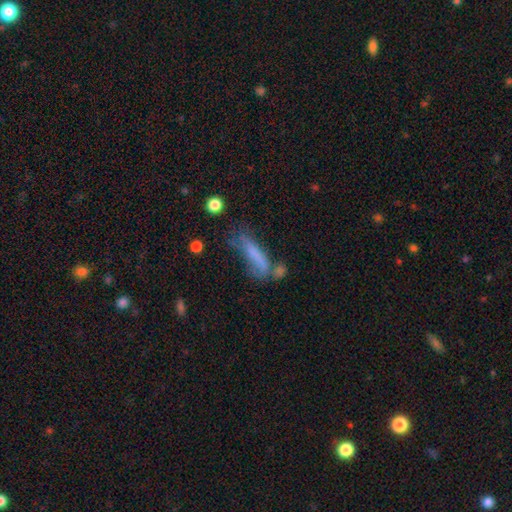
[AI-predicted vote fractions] Smooth or featured?
  - smooth: 62% *
  - featured or disk: 27%
  - star or artifact: 11%
How rounded?
  - cigar-shaped: 75% *
  - in between: 23%
  - round: 2%
Merging?
  - none: 36% *
  - minor disturbance: 25%
  - major disturbance: 21%
  - merger: 18%